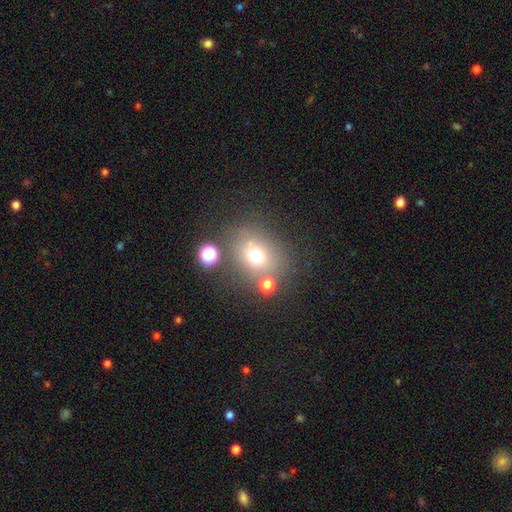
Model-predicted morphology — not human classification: Smooth or featured?
  - smooth: 68% *
  - star or artifact: 18%
  - featured or disk: 14%
How rounded?
  - round: 66% *
  - in between: 33%
  - cigar-shaped: 1%
Merging?
  - none: 67% *
  - minor disturbance: 14%
  - merger: 12%
  - major disturbance: 7%